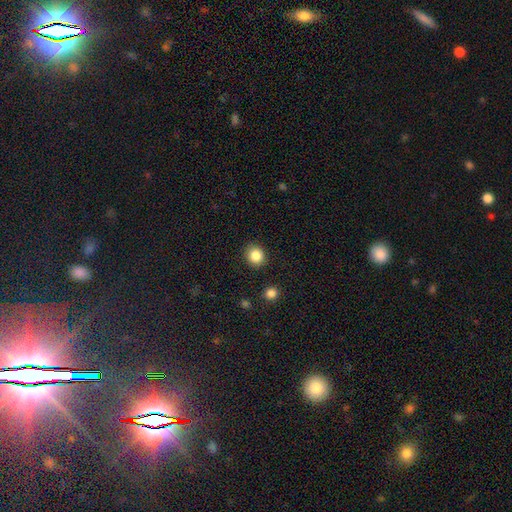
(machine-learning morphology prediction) Overall: smooth (86%). How rounded: round (83%). Merging: none (89%).